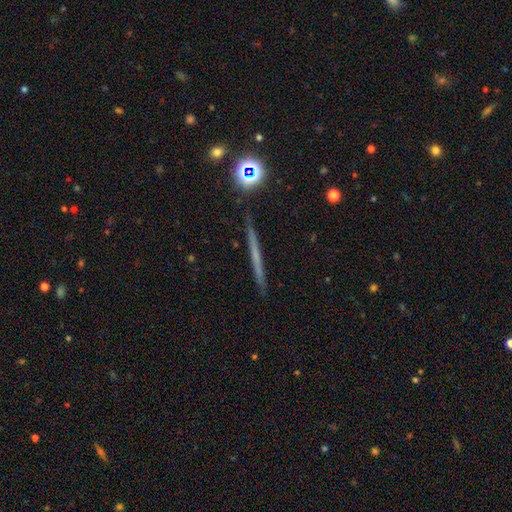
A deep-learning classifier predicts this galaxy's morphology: Overall: featured or disk (47%; smooth 40%). Merging: none (90%).